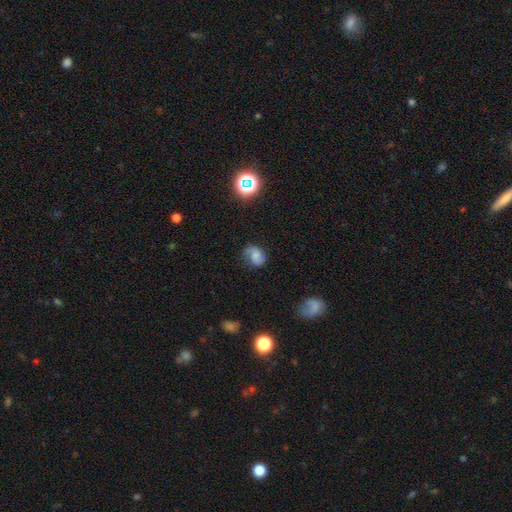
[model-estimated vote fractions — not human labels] This appears to be a featured or disk galaxy (47%). Merging: none (68%).